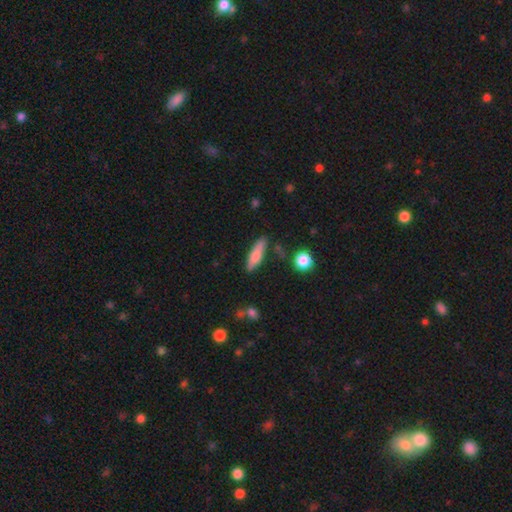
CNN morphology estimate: Smooth or featured? Predicted: smooth (p=0.71). How rounded? Predicted: cigar-shaped (p=0.63). Merging? Predicted: none (p=0.77).